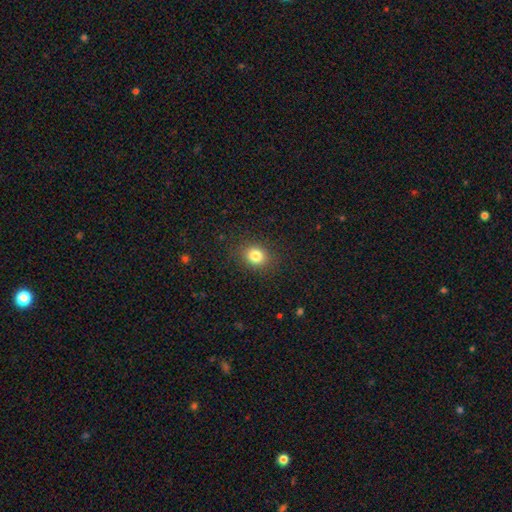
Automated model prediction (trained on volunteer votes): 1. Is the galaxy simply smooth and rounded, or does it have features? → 83% smooth, 11% star or artifact, 6% featured or disk.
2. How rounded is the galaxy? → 61% round, 38% in between, 1% cigar-shaped.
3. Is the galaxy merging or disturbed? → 87% none, 9% minor disturbance, 3% major disturbance, 1% merger.